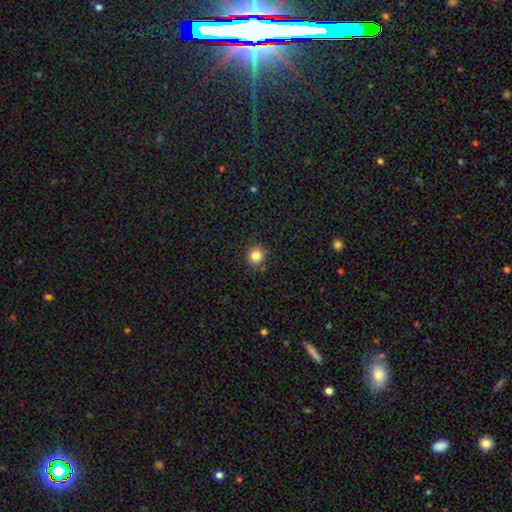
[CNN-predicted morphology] smooth-or-featured: smooth: 83% | star or artifact: 12% | featured or disk: 5%
  how-rounded: round: 85% | in between: 14% | cigar-shaped: 1%
  merging: none: 86% | minor disturbance: 9% | merger: 3% | major disturbance: 2%